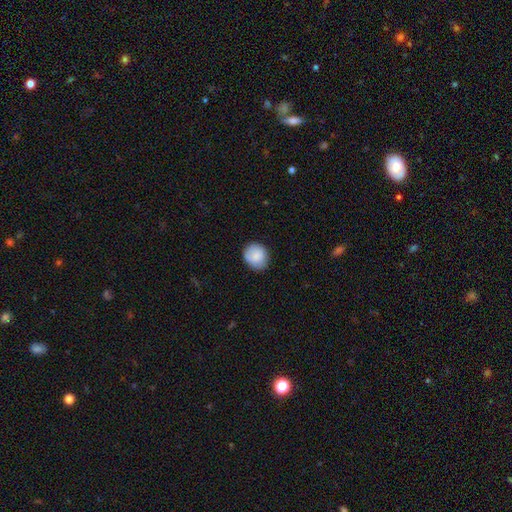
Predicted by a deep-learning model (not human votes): A smooth galaxy with no disk features (85%) that is round (79%). Merging: none (80%).